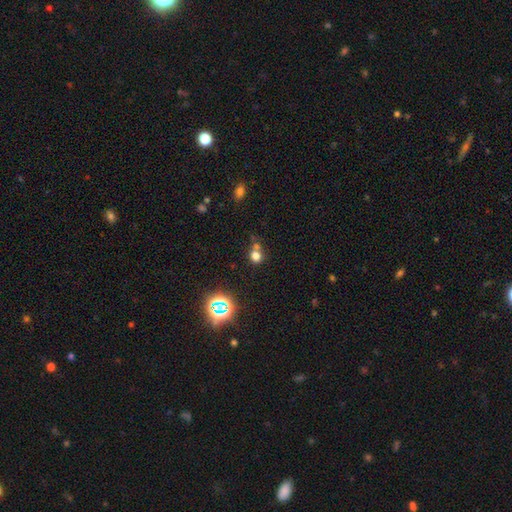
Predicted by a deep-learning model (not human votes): smooth 68%, star or artifact 23%, featured or disk 9%. Down the decision tree: how rounded — round (78%); merging — none (54%).